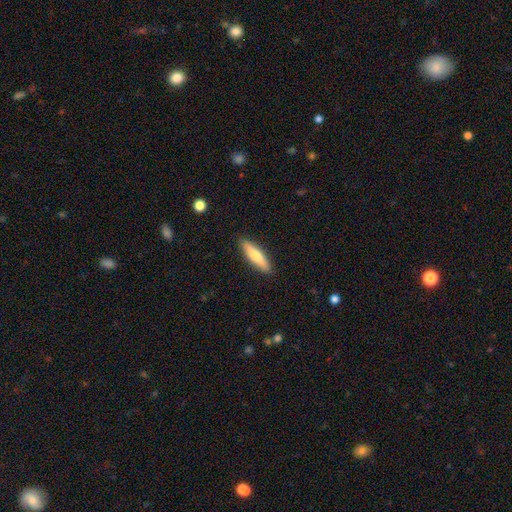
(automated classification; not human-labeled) Overall: smooth (69%). How rounded: cigar-shaped (76%). Merging: none (89%).